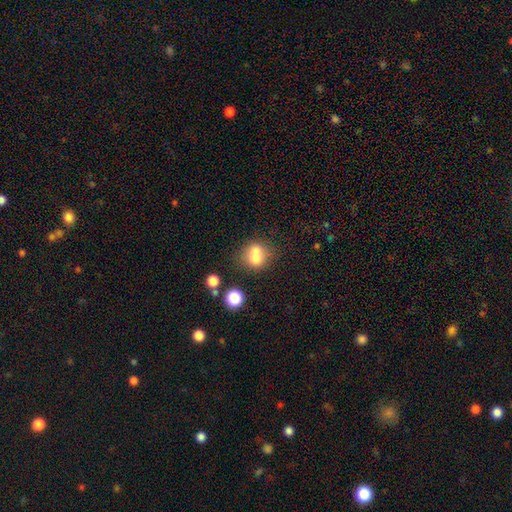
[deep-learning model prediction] A smooth galaxy with no disk features (68%) that is round (75%).

Vote fractions:
- Smooth or featured? smooth: 68% / featured or disk: 19% / star or artifact: 12%
- How rounded? round: 75% / in between: 24% / cigar-shaped: 1%
- Merging? merger: 51% / none: 36% / minor disturbance: 9% / major disturbance: 4%